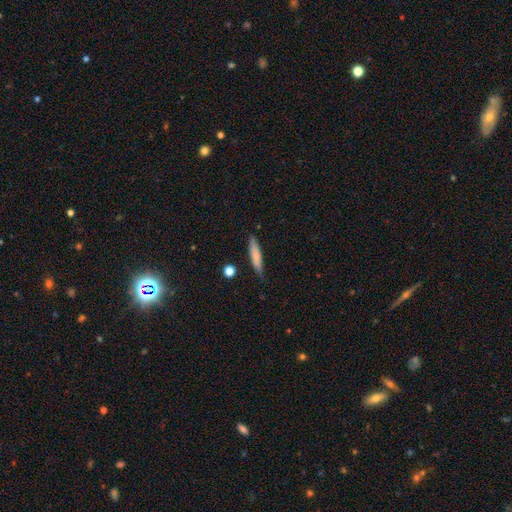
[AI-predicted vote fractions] smooth_or_featured: smooth (p=0.76) [alt: featured or disk p=0.18]
how_rounded: cigar-shaped (p=0.84) [alt: in between p=0.14]
merging: none (p=0.80) [alt: minor disturbance p=0.15]